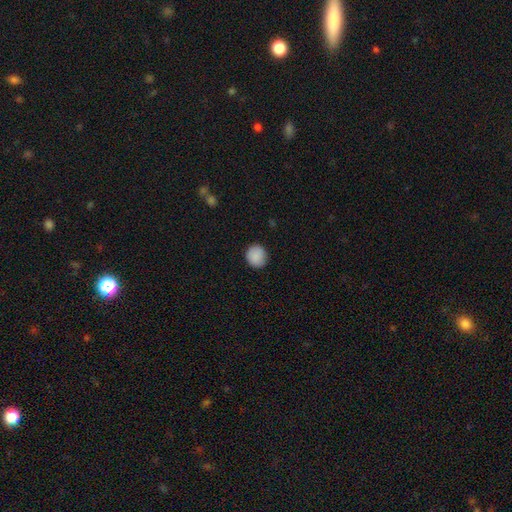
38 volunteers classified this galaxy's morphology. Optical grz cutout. It shows a smooth galaxy with no disk features (89%) that is round (97%). Merging: none (86%).